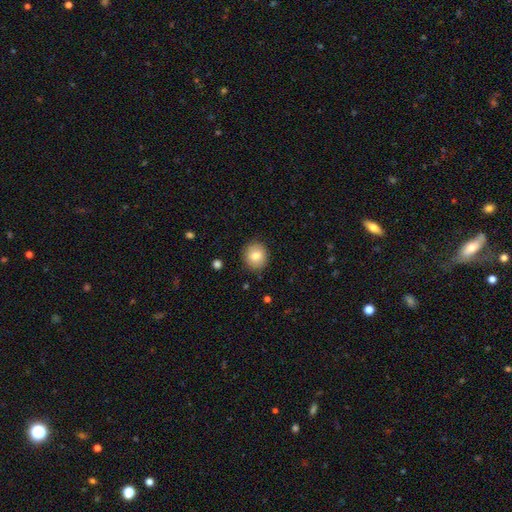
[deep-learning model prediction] This appears to be a smooth galaxy with no disk features (80%) that is round (81%). Merging: none (87%).